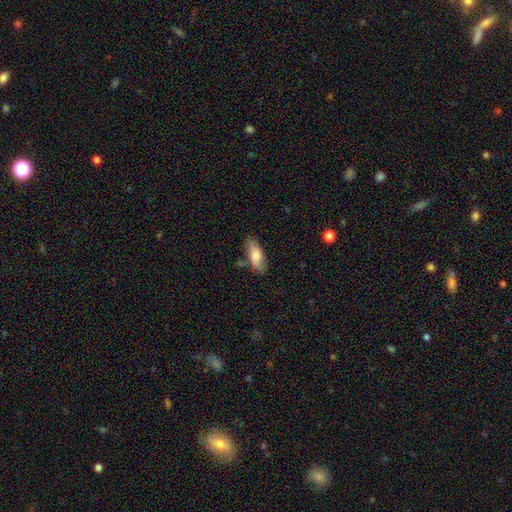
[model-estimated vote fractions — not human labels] Smooth or featured? Predicted: smooth (p=0.78). How rounded? Predicted: in between (p=0.70). Merging? Predicted: none (p=0.71).